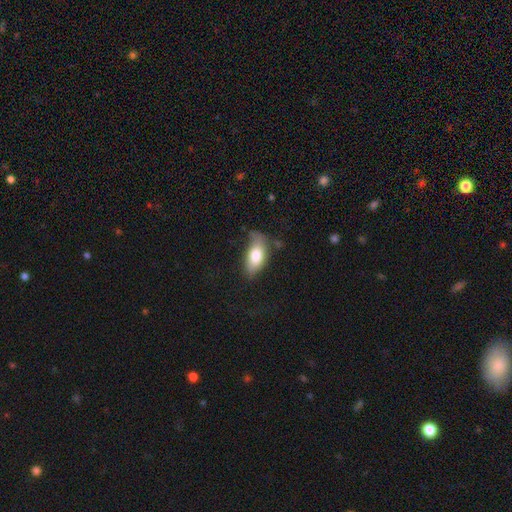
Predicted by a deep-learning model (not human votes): smooth-or-featured: smooth: 77% | featured or disk: 17% | star or artifact: 7%
  how-rounded: in between: 90% | cigar-shaped: 6% | round: 4%
  merging: none: 48% | minor disturbance: 34% | major disturbance: 14% | merger: 4%